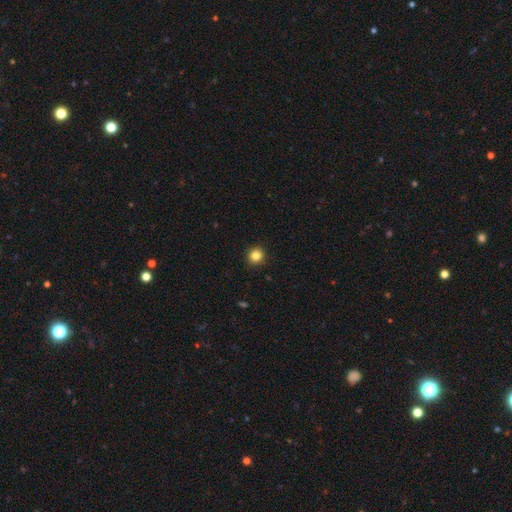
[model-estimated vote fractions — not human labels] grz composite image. It shows a smooth galaxy with no disk features (84%) that is round (92%). Merging: none (92%).